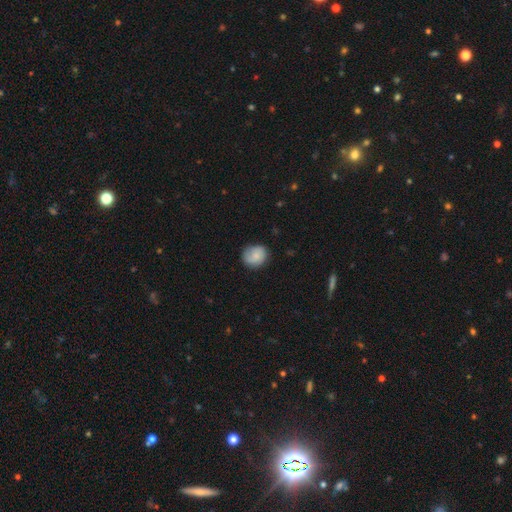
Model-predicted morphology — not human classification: The model was most divided on "smooth or featured": smooth: 67%, featured or disk: 25%, star or artifact: 8%. More confident: merging — none (75%); how rounded — round (75%).